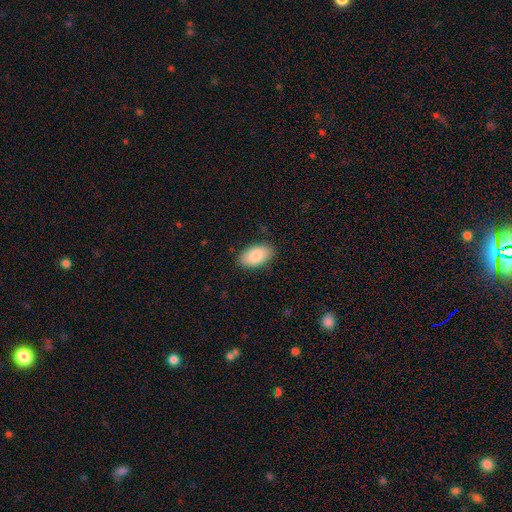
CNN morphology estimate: Overall: smooth (85%). How rounded: in between (95%). Merging: none (86%).